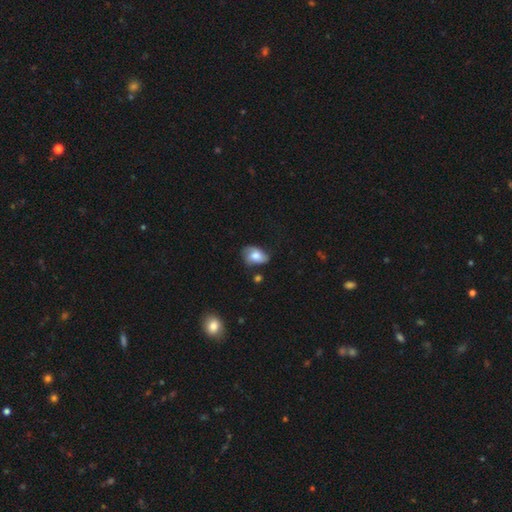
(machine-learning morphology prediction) Smooth or featured? smooth (67%)
How rounded? in between (82%)
Merging? none (47%)